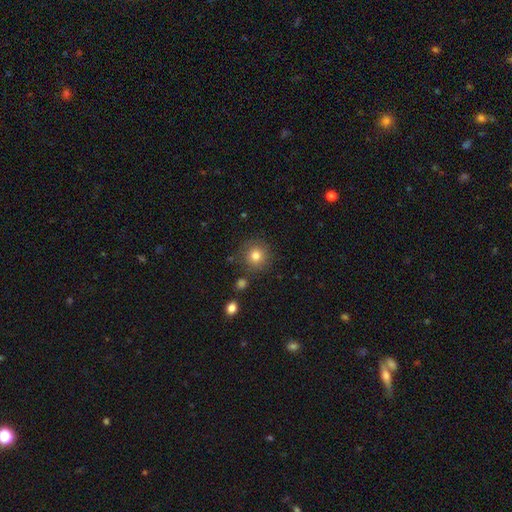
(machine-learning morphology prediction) The model was most divided on "smooth or featured": smooth: 79%, star or artifact: 11%, featured or disk: 9%. More confident: how rounded — round (93%); merging — none (83%).